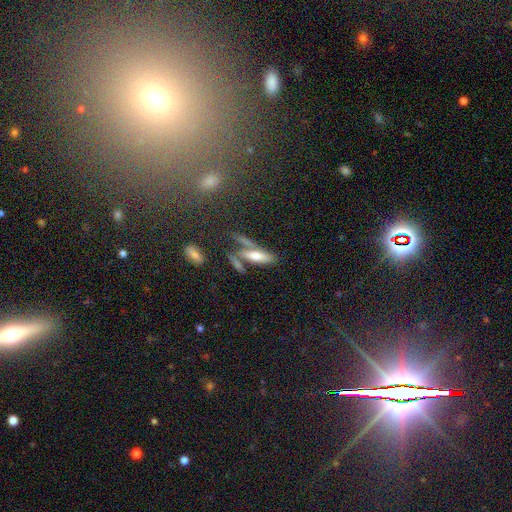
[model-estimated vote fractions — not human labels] smooth_or_featured: smooth (p=0.59) [alt: featured or disk p=0.31]
how_rounded: cigar-shaped (p=0.57) [alt: in between p=0.40]
merging: none (p=0.44) [alt: merger p=0.30]